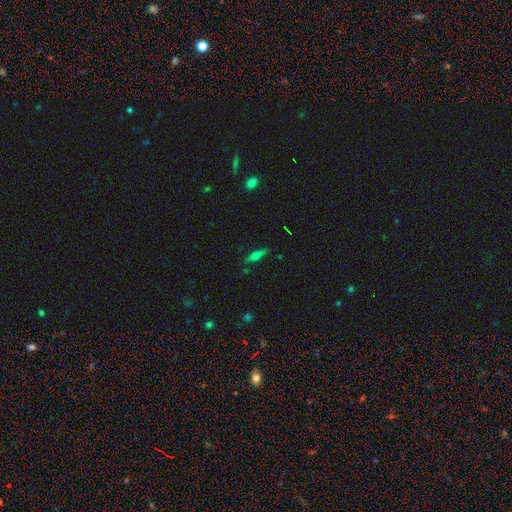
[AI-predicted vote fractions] smooth_or_featured: featured or disk (p=0.56) [alt: smooth p=0.36]
disk_edge_on: yes (p=0.94) [alt: no p=0.06]
edge_on_bulge: rounded (p=0.92) [alt: boxy p=0.06]
merging: none (p=0.86) [alt: minor disturbance p=0.11]